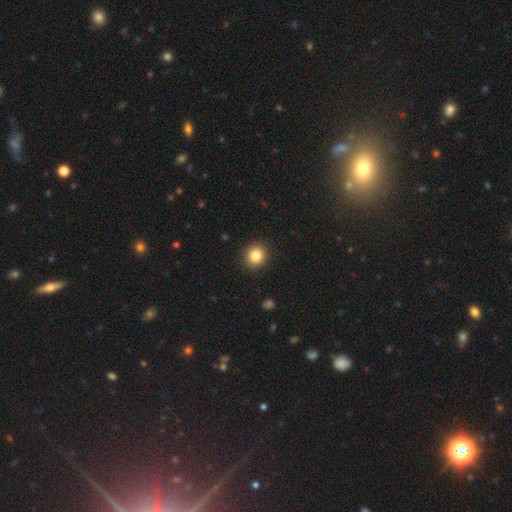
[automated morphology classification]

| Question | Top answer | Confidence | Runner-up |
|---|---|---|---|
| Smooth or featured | smooth | 85% | star or artifact (10%) |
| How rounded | round | 84% | in between (16%) |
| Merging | none | 91% | minor disturbance (6%) |